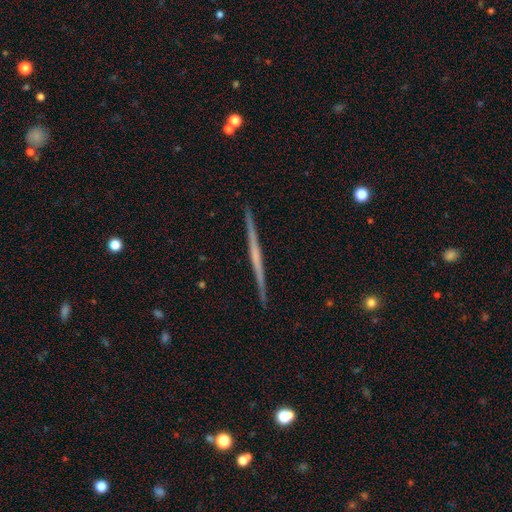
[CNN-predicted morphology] Smooth or featured: featured or disk — 69% (smooth — 26%)
Edge-on disk: yes — 98% (no — 2%)
Edge-on bulge: none — 81% (rounded — 14%)
Merging: none — 93% (minor disturbance — 5%)